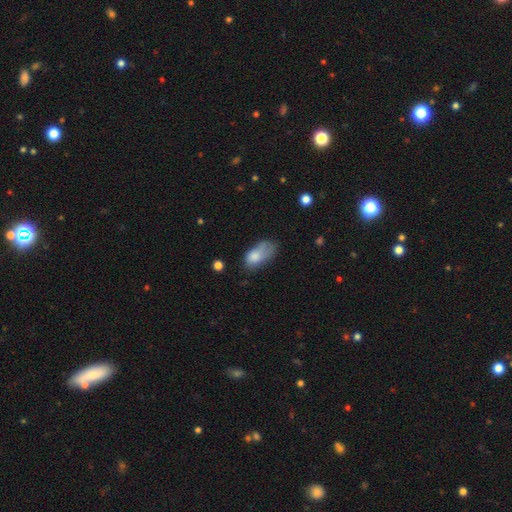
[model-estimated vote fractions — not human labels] Smooth or featured? Predicted: smooth (p=0.74). How rounded? Predicted: in between (p=0.91). Merging? Predicted: minor disturbance (p=0.34).